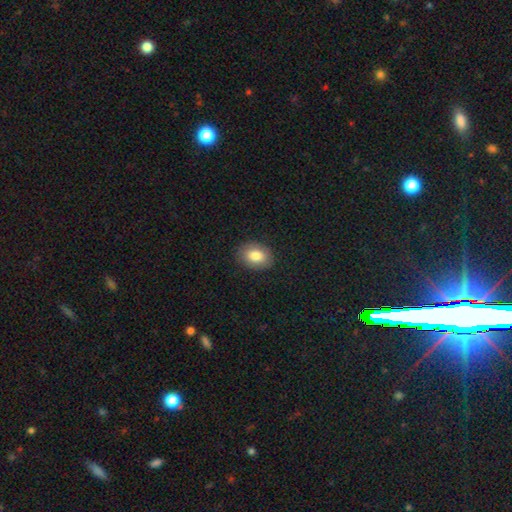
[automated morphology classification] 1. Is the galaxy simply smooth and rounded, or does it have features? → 83% smooth, 9% featured or disk, 8% star or artifact.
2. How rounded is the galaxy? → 72% in between, 27% round, 1% cigar-shaped.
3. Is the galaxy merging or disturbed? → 87% none, 10% minor disturbance, 2% major disturbance, 1% merger.